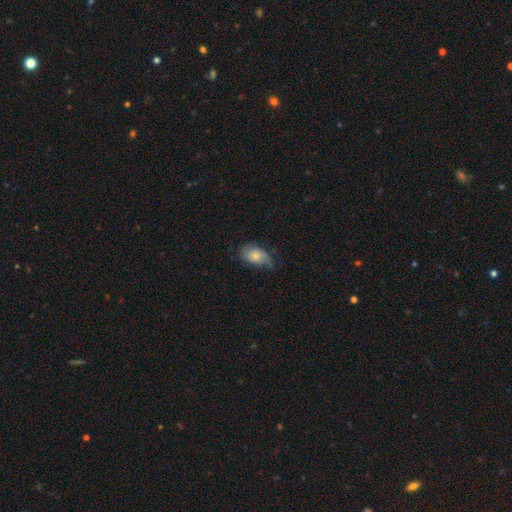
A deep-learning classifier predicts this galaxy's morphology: A smooth galaxy with no disk features (66%) that is in between round and cigar-shaped (89%).

Vote fractions:
- Smooth or featured? smooth: 66% / featured or disk: 26% / star or artifact: 7%
- How rounded? in between: 89% / round: 9% / cigar-shaped: 2%
- Merging? none: 46% / minor disturbance: 38% / major disturbance: 15% / merger: 2%